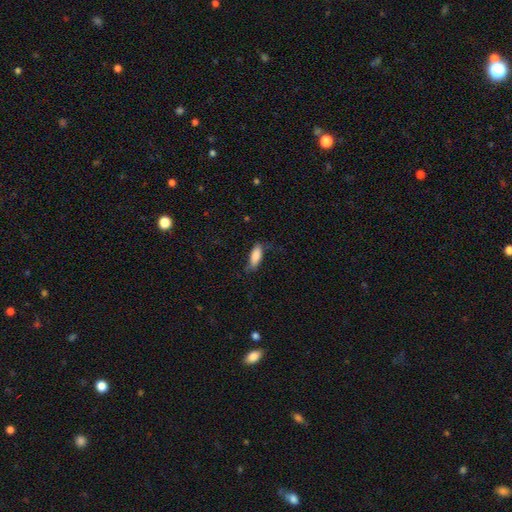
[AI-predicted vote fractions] A smooth galaxy with no disk features (84%) that is in between round and cigar-shaped (72%). Merging: none (67%).